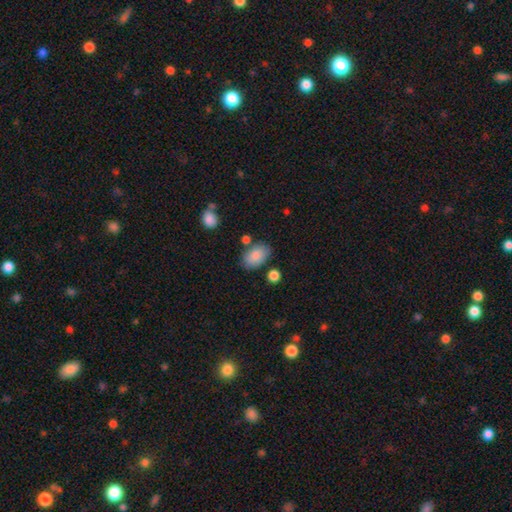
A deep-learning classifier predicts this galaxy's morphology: The model was most divided on "merging": none: 74%, minor disturbance: 15%, merger: 7%, major disturbance: 4%. More confident: how rounded — in between (91%); smooth or featured — smooth (87%).